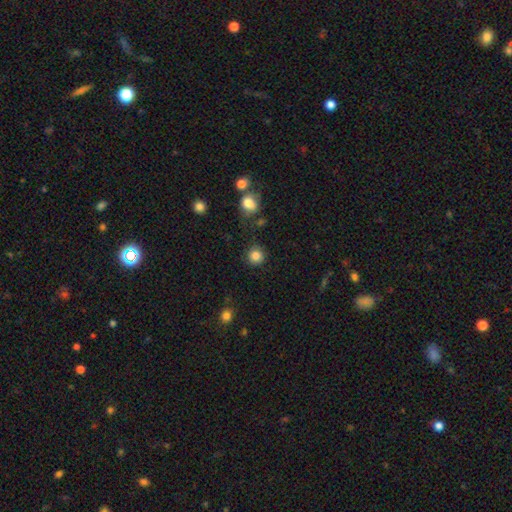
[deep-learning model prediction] This is clearly a smooth galaxy (84%). How rounded: clearly round (92%). Merging: clearly none (84%).